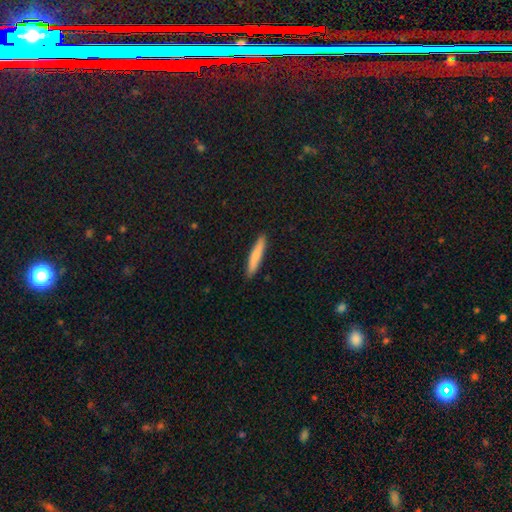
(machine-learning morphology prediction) smooth_or_featured: smooth (p=0.80) [alt: featured or disk p=0.15]
how_rounded: cigar-shaped (p=0.92) [alt: in between p=0.07]
merging: none (p=0.90) [alt: minor disturbance p=0.07]